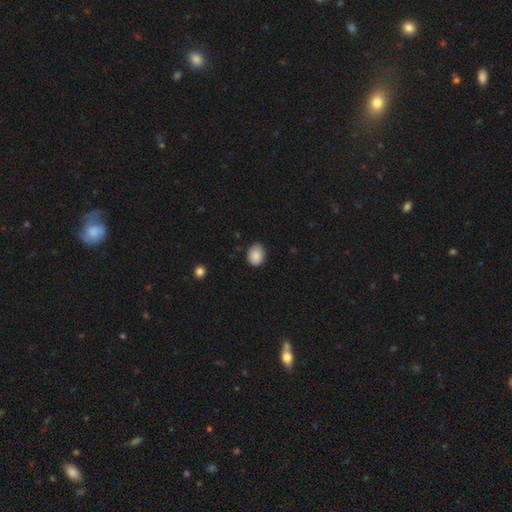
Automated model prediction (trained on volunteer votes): This is clearly a smooth galaxy (87%). How rounded: possibly in between (58%). Merging: likely none (79%).